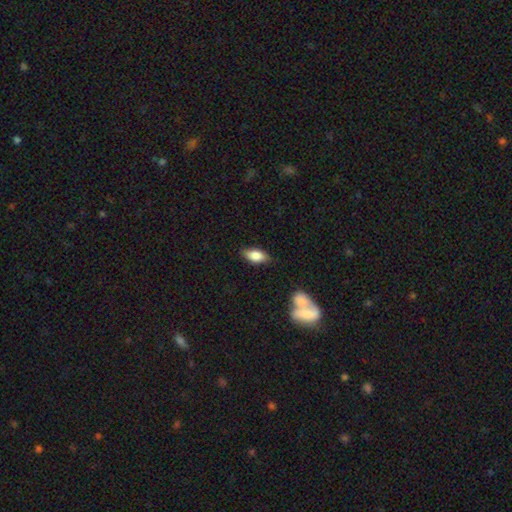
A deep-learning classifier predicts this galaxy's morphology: Smooth or featured: smooth — 79% (featured or disk — 14%)
How rounded: in between — 87% (cigar-shaped — 9%)
Merging: none — 81% (minor disturbance — 14%)